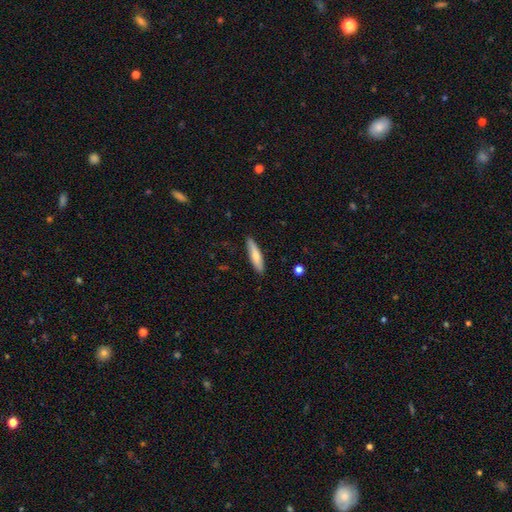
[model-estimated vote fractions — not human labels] The model was most divided on "smooth or featured": smooth: 69%, featured or disk: 25%, star or artifact: 6%. More confident: merging — none (88%); how rounded — cigar-shaped (82%).